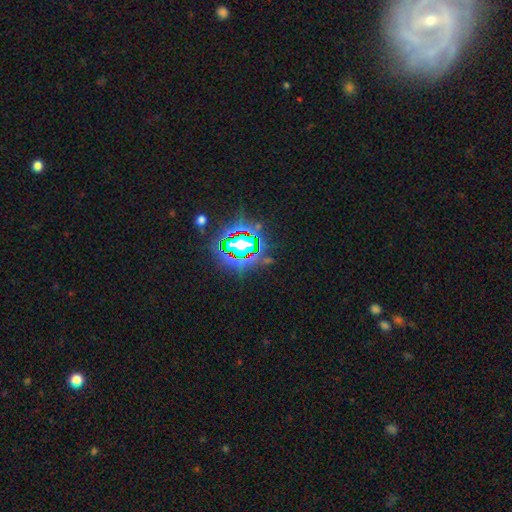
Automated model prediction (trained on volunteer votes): Smooth or featured?
  - star or artifact: 81% *
  - smooth: 11%
  - featured or disk: 8%